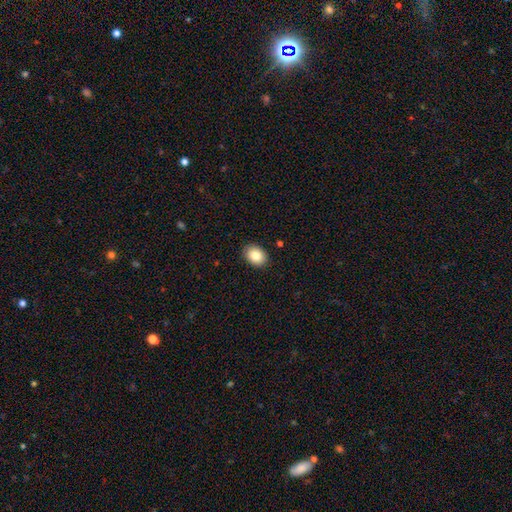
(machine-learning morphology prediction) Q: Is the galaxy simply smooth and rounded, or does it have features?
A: smooth — 86%.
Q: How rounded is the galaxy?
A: in between — 68%.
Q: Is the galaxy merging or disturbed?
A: none — 89%.